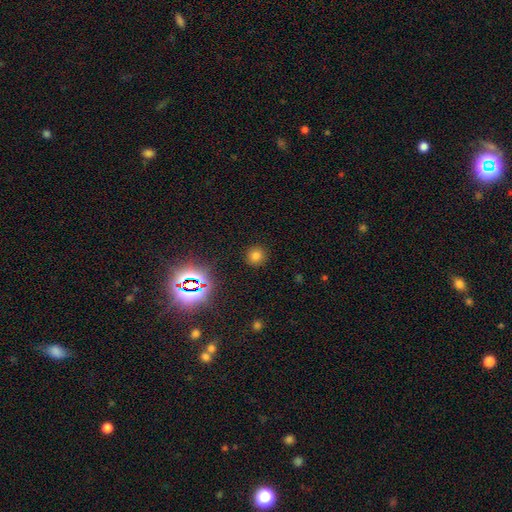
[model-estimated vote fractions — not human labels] Smooth or featured: smooth — 73% (star or artifact — 21%)
How rounded: round — 90% (in between — 9%)
Merging: none — 90% (minor disturbance — 6%)